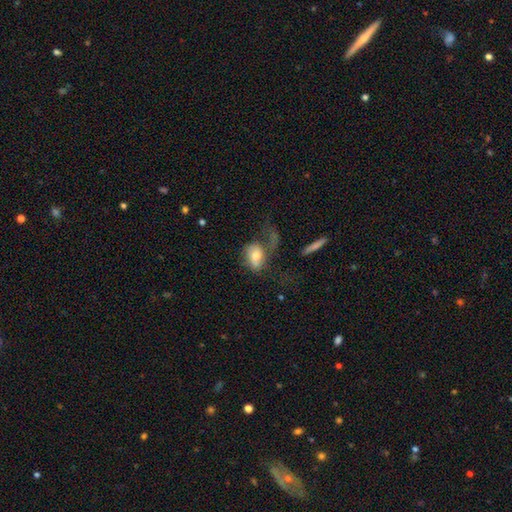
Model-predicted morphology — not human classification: Q: Smooth or featured?
A: smooth (63%); runner-up: featured or disk (29%)
Q: How rounded?
A: in between (71%); runner-up: round (27%)
Q: Merging?
A: major disturbance (55%); runner-up: none (23%)